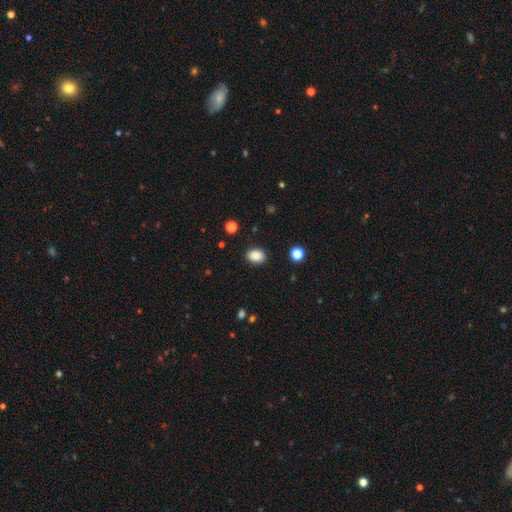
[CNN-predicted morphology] A smooth galaxy with no disk features (87%) that is in between round and cigar-shaped (70%). Merging: none (88%).